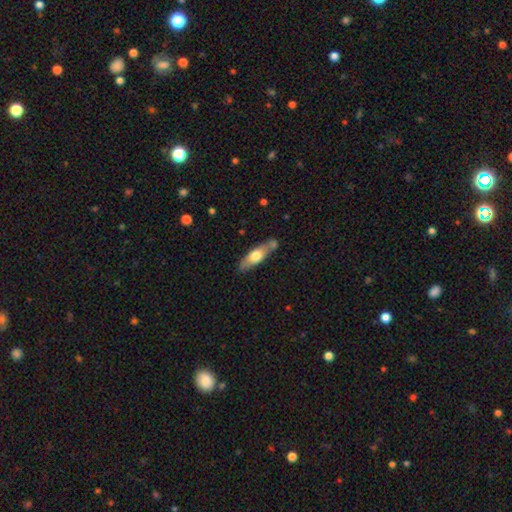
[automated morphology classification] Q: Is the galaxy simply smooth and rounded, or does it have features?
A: smooth — 54%.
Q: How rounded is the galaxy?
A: cigar-shaped — 54%.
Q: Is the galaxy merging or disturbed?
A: none — 74%.